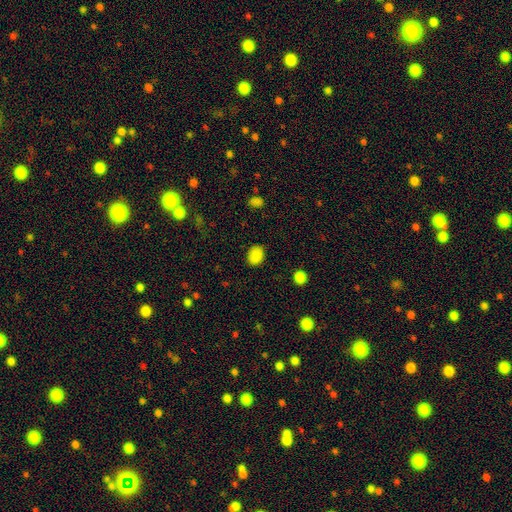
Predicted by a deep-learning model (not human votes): Overall: smooth (86%). How rounded: in between (65%; round 34%). Merging: none (85%).